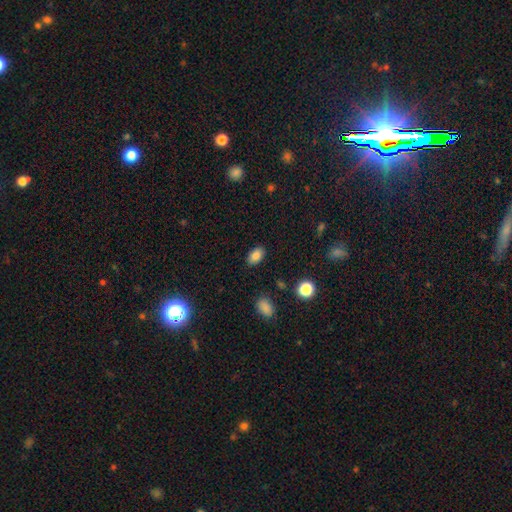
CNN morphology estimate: Smooth or featured? smooth (84%)
How rounded? in between (89%)
Merging? none (87%)